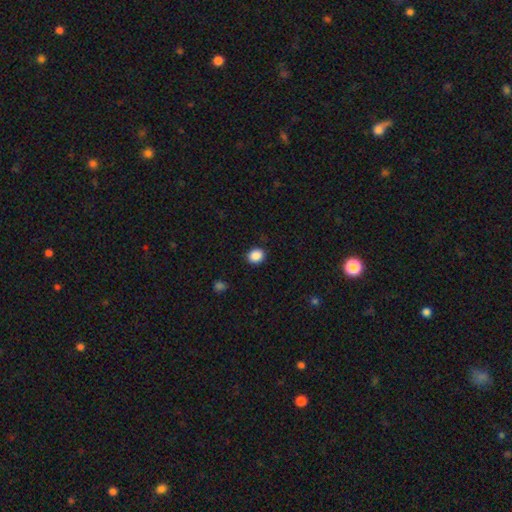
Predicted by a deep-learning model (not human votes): Overall: smooth (88%). How rounded: round (68%; in between 31%). Merging: none (88%).